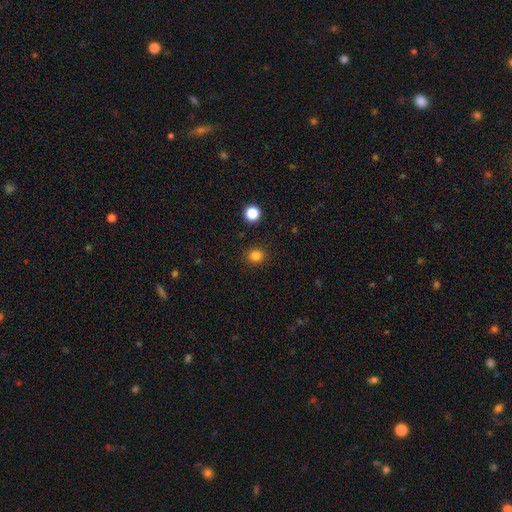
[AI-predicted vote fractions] A smooth galaxy with no disk features (82%) that is round (79%).

Vote fractions:
- Smooth or featured? smooth: 82% / star or artifact: 14% / featured or disk: 4%
- How rounded? round: 79% / in between: 20% / cigar-shaped: 1%
- Merging? none: 90% / minor disturbance: 7% / major disturbance: 2% / merger: 1%